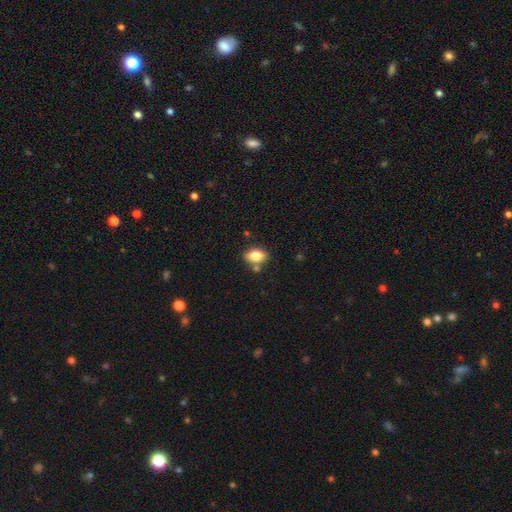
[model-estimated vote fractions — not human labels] Overall: smooth (80%). How rounded: in between (87%). Merging: none (74%).